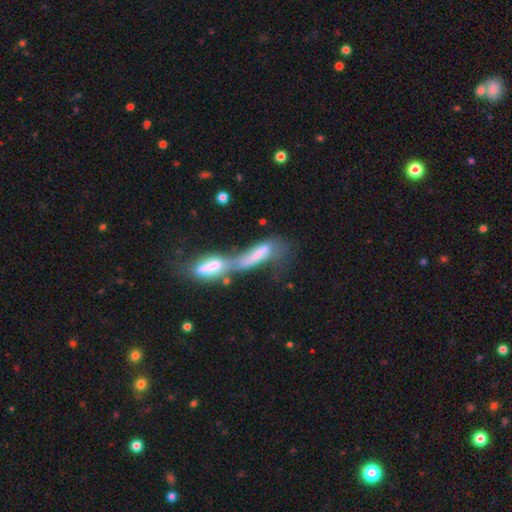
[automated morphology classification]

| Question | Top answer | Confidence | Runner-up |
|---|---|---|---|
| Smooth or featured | smooth | 51% | featured or disk (39%) |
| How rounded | cigar-shaped | 56% | in between (41%) |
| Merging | merger | 78% | major disturbance (11%) |